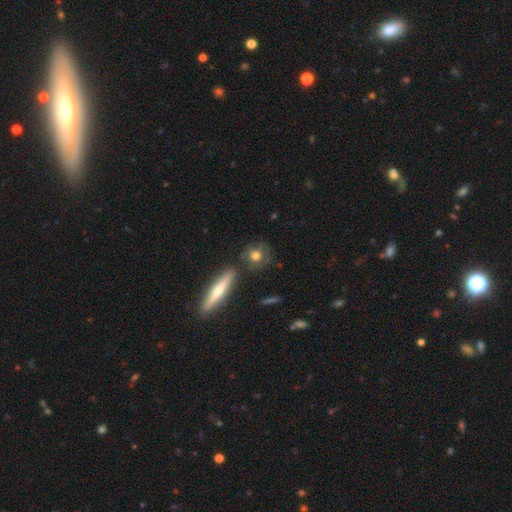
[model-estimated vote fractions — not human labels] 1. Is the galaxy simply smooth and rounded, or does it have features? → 61% smooth, 31% featured or disk, 9% star or artifact.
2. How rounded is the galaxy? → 71% round, 22% in between, 7% cigar-shaped.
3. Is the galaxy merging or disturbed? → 71% none, 16% minor disturbance, 8% merger, 6% major disturbance.